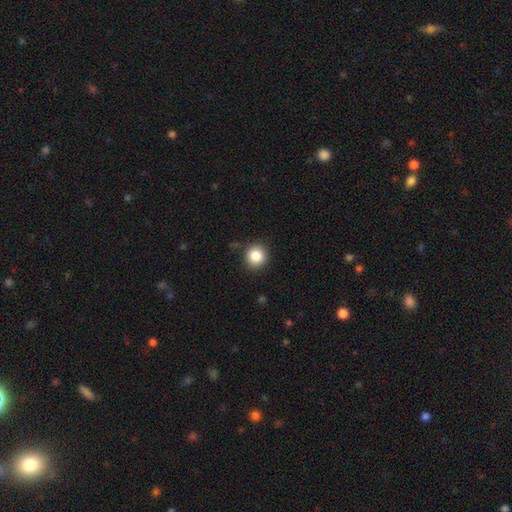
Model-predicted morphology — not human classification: smooth-or-featured: smooth: 85% | star or artifact: 10% | featured or disk: 5%
  how-rounded: round: 89% | in between: 10% | cigar-shaped: 1%
  merging: none: 86% | minor disturbance: 10% | major disturbance: 3% | merger: 2%